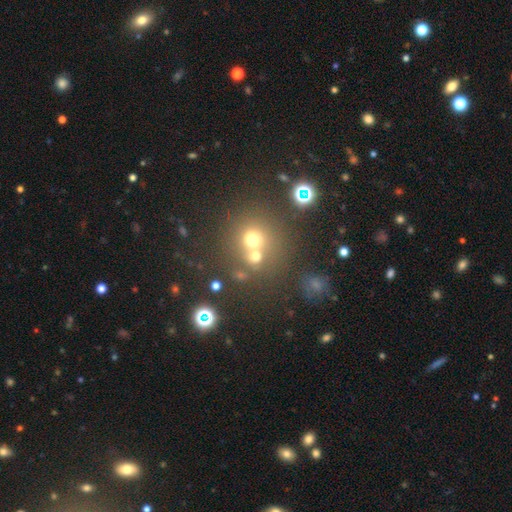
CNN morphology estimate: Smooth or featured?
  - smooth: 63% *
  - star or artifact: 22%
  - featured or disk: 14%
How rounded?
  - round: 83% *
  - in between: 16%
  - cigar-shaped: 1%
Merging?
  - none: 47% *
  - merger: 40%
  - minor disturbance: 8%
  - major disturbance: 5%